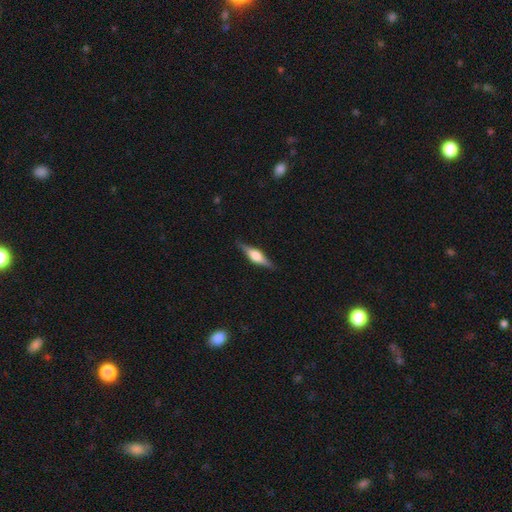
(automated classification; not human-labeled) Morphology: type=featured or disk (66%); edge-on=yes (96%); edge-on bulge=rounded (88%); merging=none (87%).